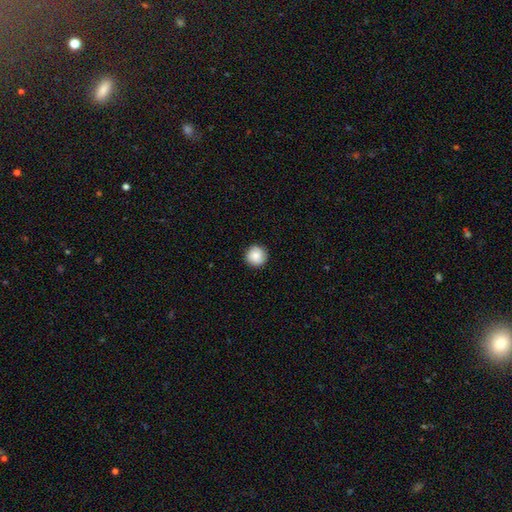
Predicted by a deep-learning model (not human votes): Overall: smooth (80%). How rounded: round (95%). Merging: none (88%).